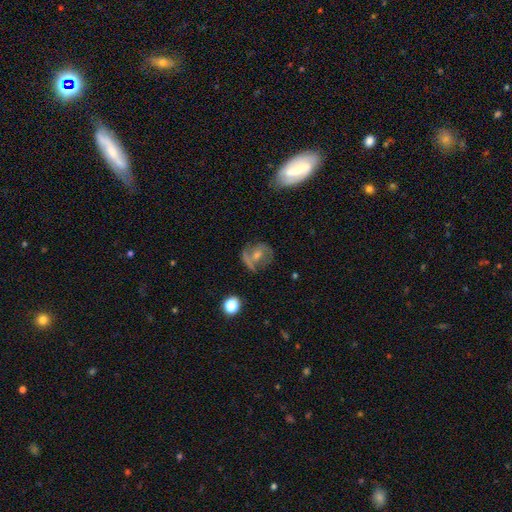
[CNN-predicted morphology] Smooth or featured: featured or disk — 62% (smooth — 28%)
Edge-on disk: no — 96% (yes — 4%)
Bar: no — 51% (weak — 36%)
Spiral arms: yes — 78% (no — 22%)
Bulge size: moderate — 46% (small — 44%)
Merging: none — 56% (minor disturbance — 22%)